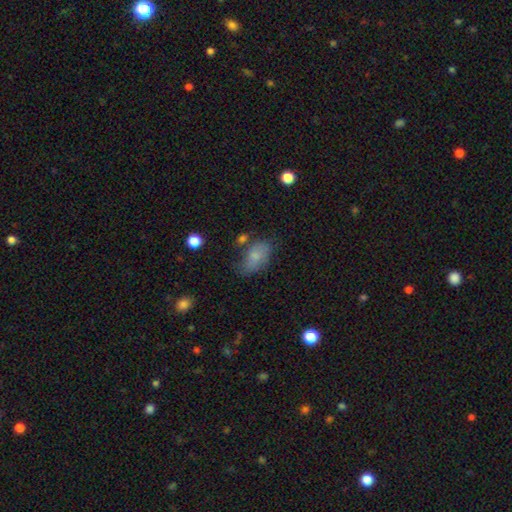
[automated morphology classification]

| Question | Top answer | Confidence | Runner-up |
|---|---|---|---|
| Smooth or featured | smooth | 76% | featured or disk (15%) |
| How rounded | in between | 91% | round (6%) |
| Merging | none | 52% | minor disturbance (29%) |